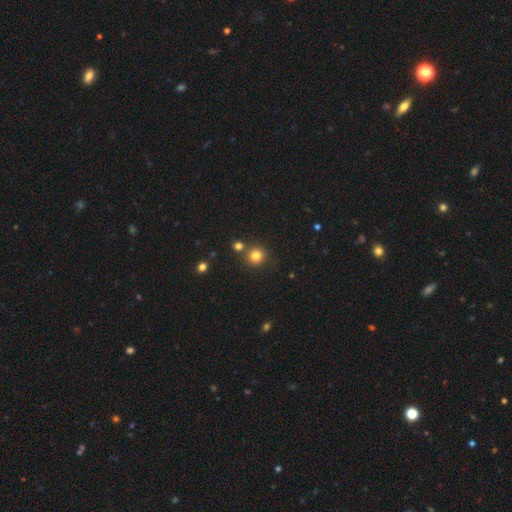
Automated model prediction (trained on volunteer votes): Smooth or featured? smooth (80%)
How rounded? round (91%)
Merging? none (76%)